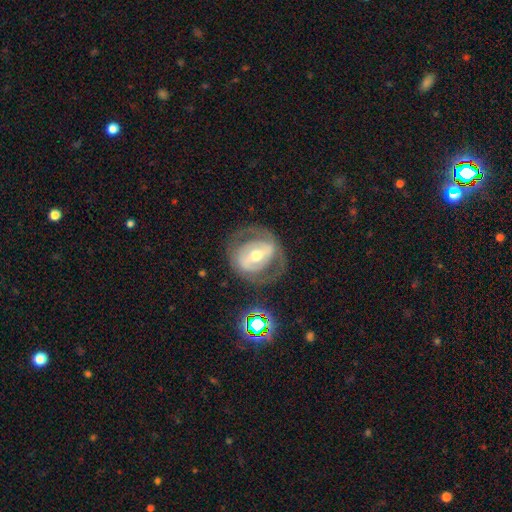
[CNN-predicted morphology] Smooth or featured? Predicted: featured or disk (p=0.72). Edge-on disk? Predicted: no (p=0.94). Bar? Predicted: strong (p=0.52). Spiral arms? Predicted: no (p=0.54). Bulge size? Predicted: moderate (p=0.66). Merging? Predicted: none (p=0.70).